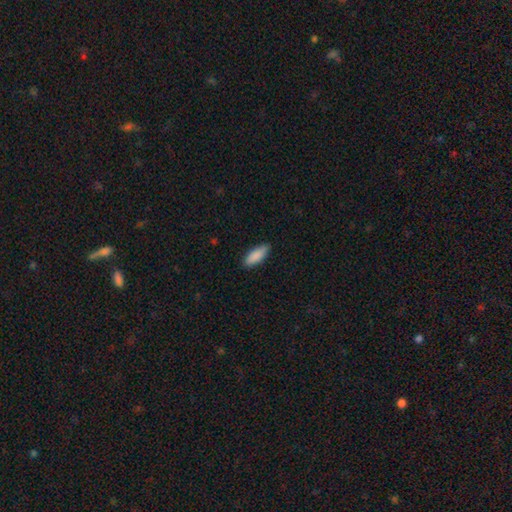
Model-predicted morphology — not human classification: The model was most divided on "how rounded": in between: 72%, cigar-shaped: 27%, round: 2%. More confident: smooth or featured — smooth (89%); merging — none (85%).